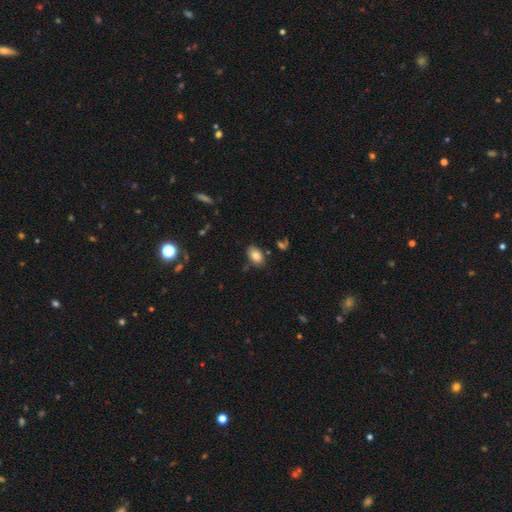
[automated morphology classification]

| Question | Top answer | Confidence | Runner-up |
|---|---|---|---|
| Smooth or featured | smooth | 81% | featured or disk (10%) |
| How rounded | in between | 90% | round (9%) |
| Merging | none | 82% | minor disturbance (12%) |